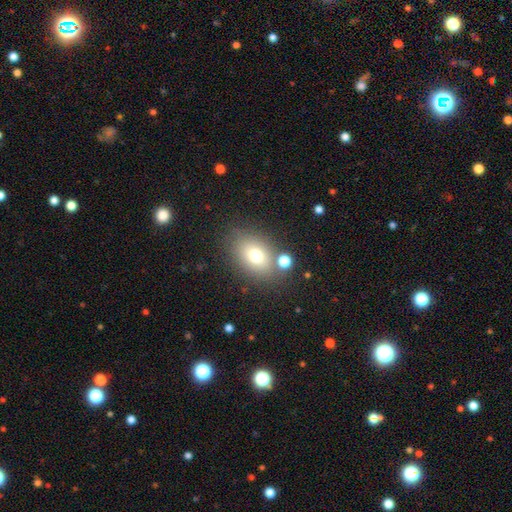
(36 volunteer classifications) smooth_or_featured: smooth (p=0.86) [alt: featured or disk p=0.08]
how_rounded: in between (p=0.84) [alt: round p=0.16]
merging: none (p=0.79) [alt: minor disturbance p=0.09]